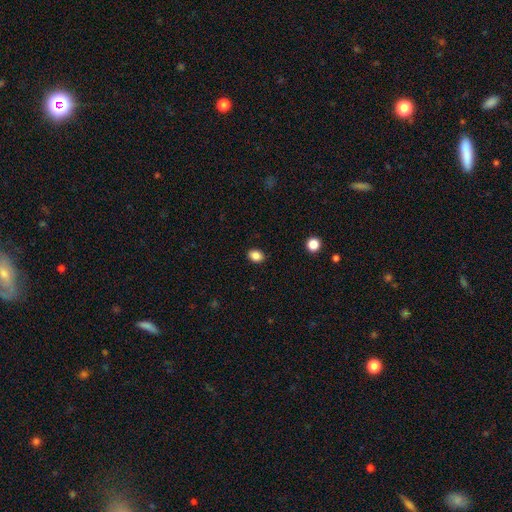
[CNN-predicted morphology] Smooth or featured? smooth (86%)
How rounded? in between (62%)
Merging? none (89%)